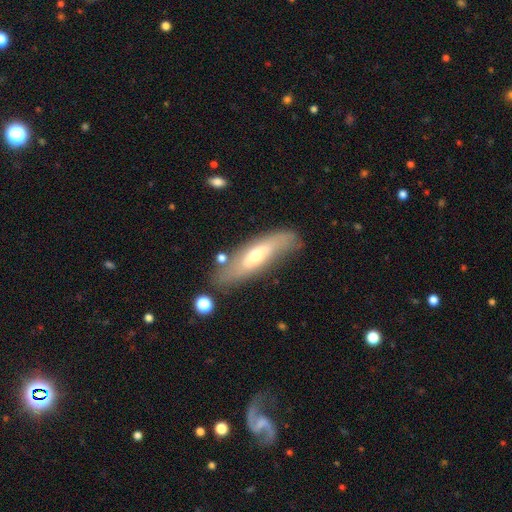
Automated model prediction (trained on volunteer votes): smooth-or-featured: featured or disk: 51% | smooth: 42% | star or artifact: 7%
  disk-edge-on: no: 57% | yes: 43%
  merging: none: 69% | minor disturbance: 19% | major disturbance: 7% | merger: 5%